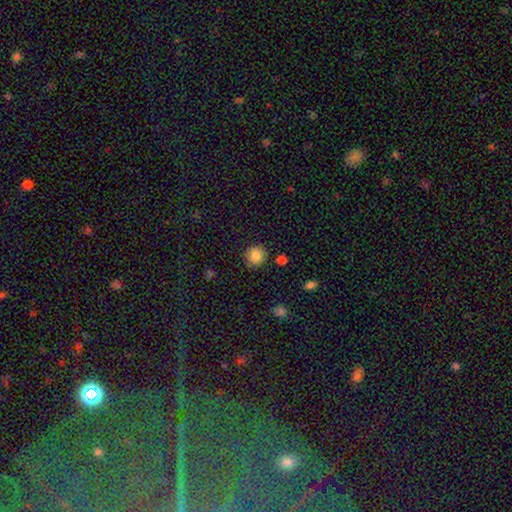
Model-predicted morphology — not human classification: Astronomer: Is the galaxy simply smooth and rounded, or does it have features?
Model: smooth — 84%.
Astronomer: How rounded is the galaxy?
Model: round — 91%.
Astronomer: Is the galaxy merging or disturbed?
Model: none — 86%.